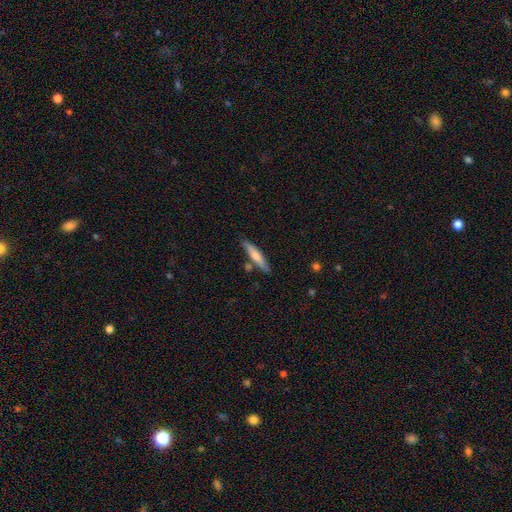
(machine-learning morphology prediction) The model was most divided on "smooth or featured": smooth: 65%, featured or disk: 30%, star or artifact: 6%. More confident: how rounded — cigar-shaped (86%); merging — none (79%).